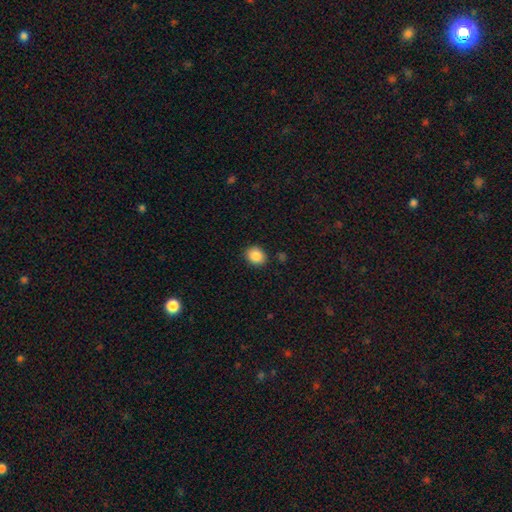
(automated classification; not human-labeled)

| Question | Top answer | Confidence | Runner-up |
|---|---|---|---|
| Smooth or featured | smooth | 87% | star or artifact (9%) |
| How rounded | round | 61% | in between (39%) |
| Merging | none | 88% | minor disturbance (8%) |